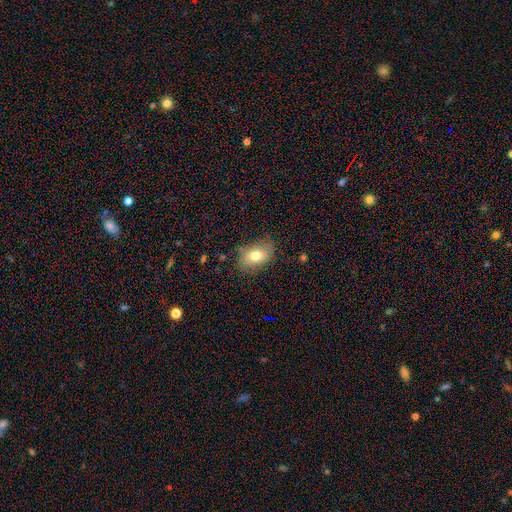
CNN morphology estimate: Smooth or featured? Predicted: smooth (p=0.73). How rounded? Predicted: in between (p=0.83). Merging? Predicted: none (p=0.77).